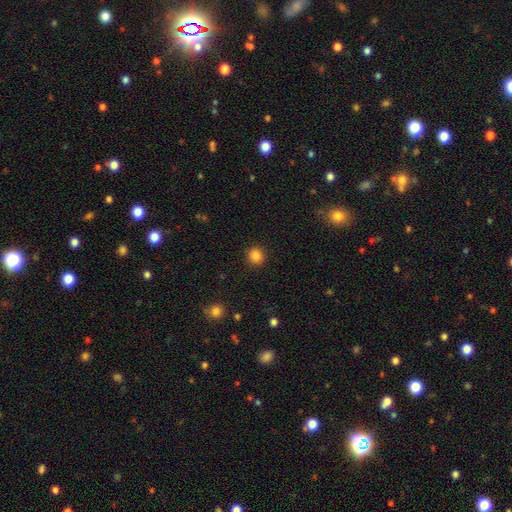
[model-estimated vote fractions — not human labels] smooth 85%, star or artifact 11%, featured or disk 4%. Down the decision tree: how rounded — round (89%); merging — none (91%).